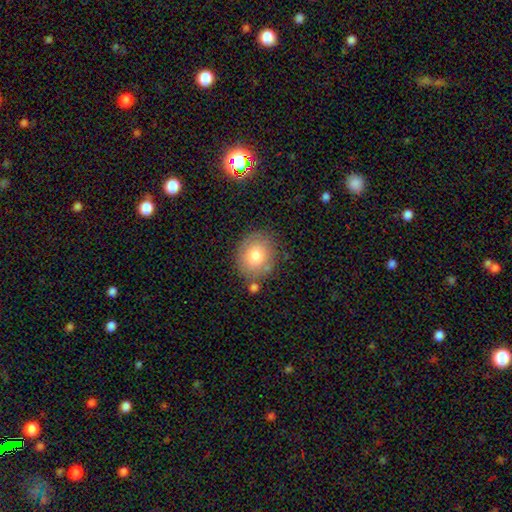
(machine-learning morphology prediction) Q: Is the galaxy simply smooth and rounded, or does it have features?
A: smooth — 72%.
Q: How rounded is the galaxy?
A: round — 67%.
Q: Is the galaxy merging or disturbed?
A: none — 74%.